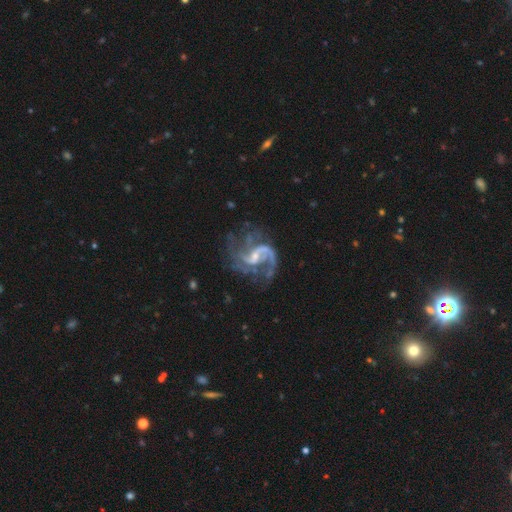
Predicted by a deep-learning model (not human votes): smooth_or_featured: featured or disk (p=0.91) [alt: star or artifact p=0.06]
disk_edge_on: no (p=0.98) [alt: yes p=0.02]
bar: weak (p=0.54) [alt: no p=0.27]
has_spiral_arms: yes (p=0.97) [alt: no p=0.03]
spiral_winding: medium (p=0.45) [alt: loose p=0.44]
spiral_arm_count: 2 (p=0.65) [alt: 3 p=0.11]
bulge_size: small (p=0.60) [alt: moderate p=0.27]
merging: none (p=0.54) [alt: major disturbance p=0.25]